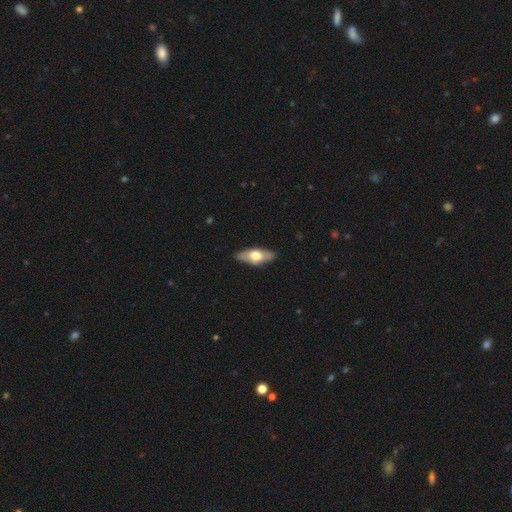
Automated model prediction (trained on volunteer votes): A smooth galaxy with no disk features (52%) that is in between round and cigar-shaped (75%). Merging: none (85%).